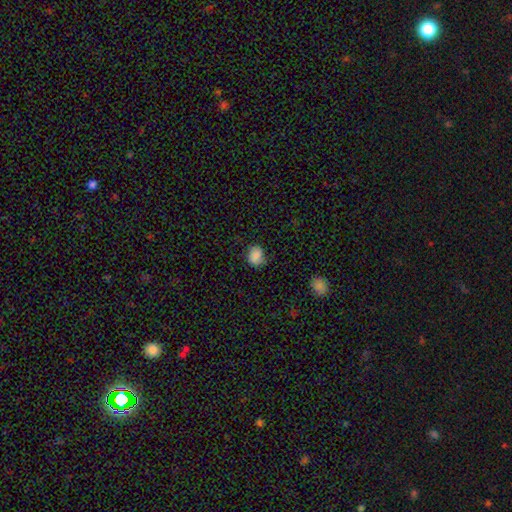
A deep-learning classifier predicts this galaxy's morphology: A smooth galaxy with no disk features (83%) that is round (59%). Merging: none (67%).